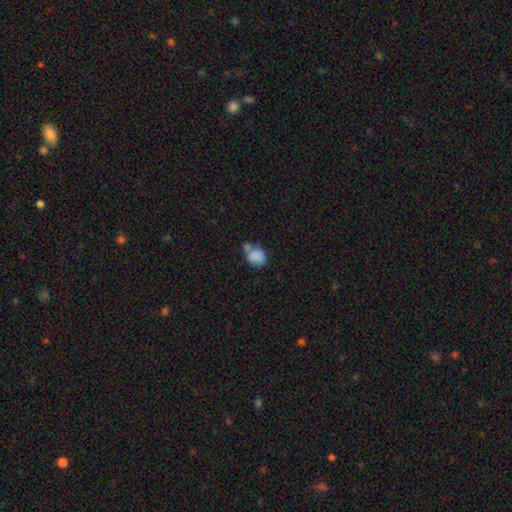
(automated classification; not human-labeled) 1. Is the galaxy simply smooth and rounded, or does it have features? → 82% smooth, 9% star or artifact, 9% featured or disk.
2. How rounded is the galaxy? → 52% round, 47% in between, 1% cigar-shaped.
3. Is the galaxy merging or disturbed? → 36% none, 33% merger, 22% minor disturbance, 8% major disturbance.